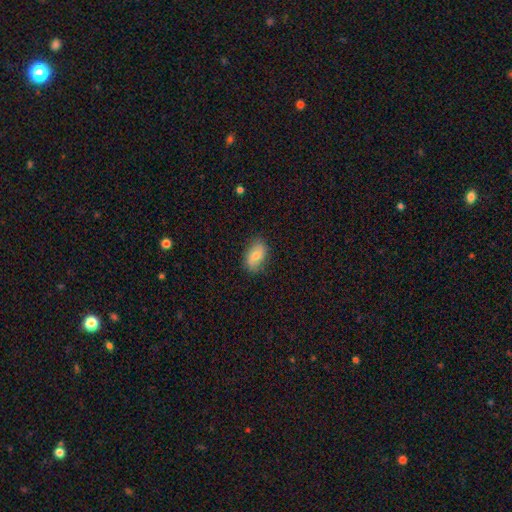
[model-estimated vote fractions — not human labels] Q: Smooth or featured?
A: smooth (73%); runner-up: featured or disk (20%)
Q: How rounded?
A: in between (90%); runner-up: round (8%)
Q: Merging?
A: none (79%); runner-up: minor disturbance (16%)